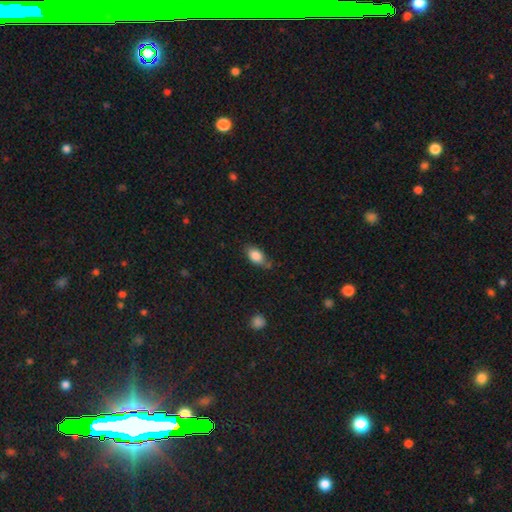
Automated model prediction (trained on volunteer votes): This is clearly a smooth galaxy (85%). How rounded: clearly in between (86%). Merging: possibly none (60%).